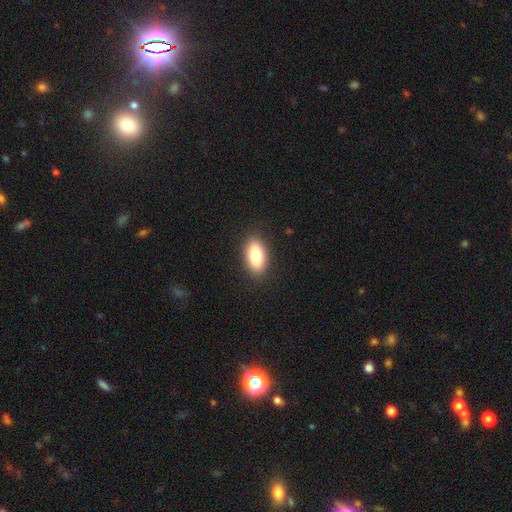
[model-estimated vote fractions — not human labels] Morphology: type=smooth (86%); roundness=in between (92%); merging=none (88%).